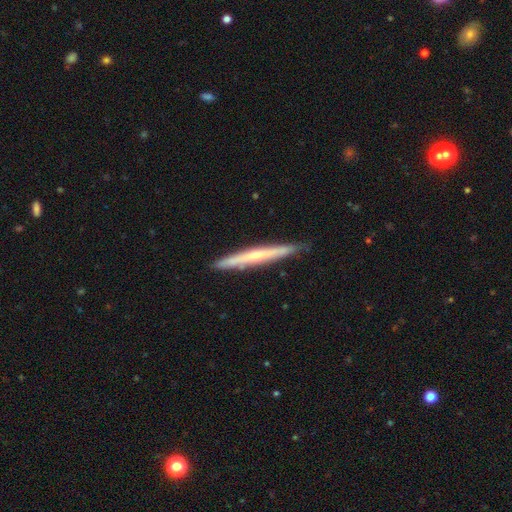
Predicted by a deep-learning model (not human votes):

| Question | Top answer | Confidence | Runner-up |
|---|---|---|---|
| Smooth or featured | featured or disk | 60% | smooth (34%) |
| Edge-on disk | yes | 95% | no (5%) |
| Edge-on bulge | rounded | 56% | none (41%) |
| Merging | none | 87% | minor disturbance (10%) |